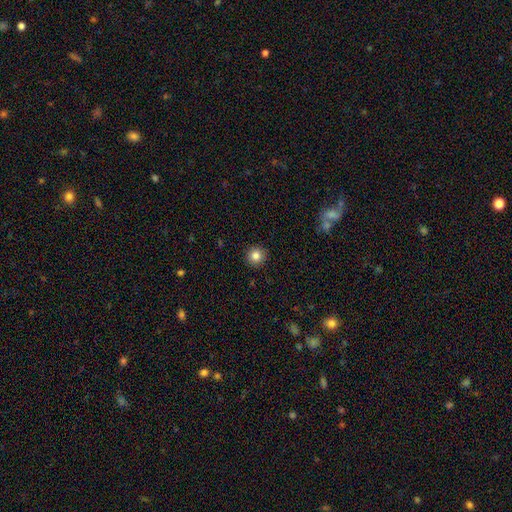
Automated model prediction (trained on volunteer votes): Smooth or featured? Predicted: smooth (p=0.84). How rounded? Predicted: round (p=0.94). Merging? Predicted: none (p=0.92).